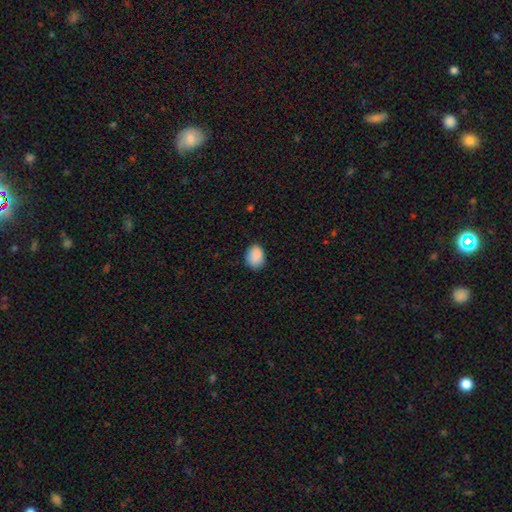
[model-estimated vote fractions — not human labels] Smooth or featured? Predicted: smooth (p=0.88). How rounded? Predicted: in between (p=0.58). Merging? Predicted: none (p=0.81).